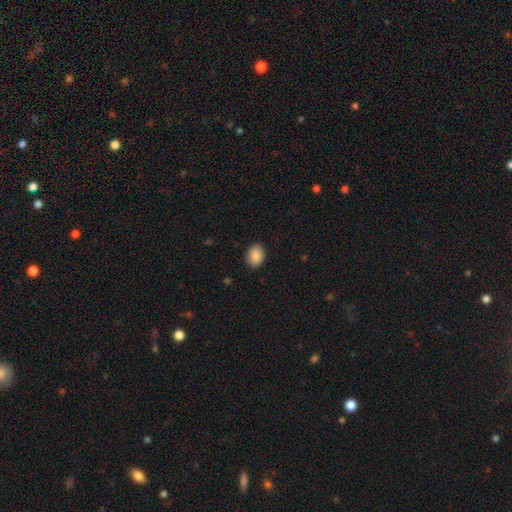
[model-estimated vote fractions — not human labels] The model was most divided on "how rounded": in between: 74%, round: 25%, cigar-shaped: 1%. More confident: merging — none (89%); smooth or featured — smooth (88%).